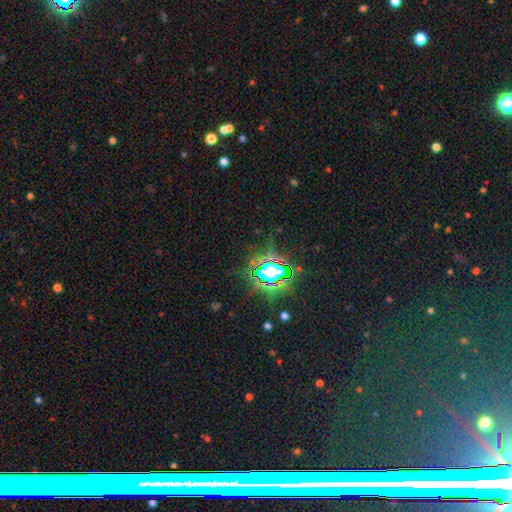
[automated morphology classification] Smooth or featured? Predicted: star or artifact (p=0.82).